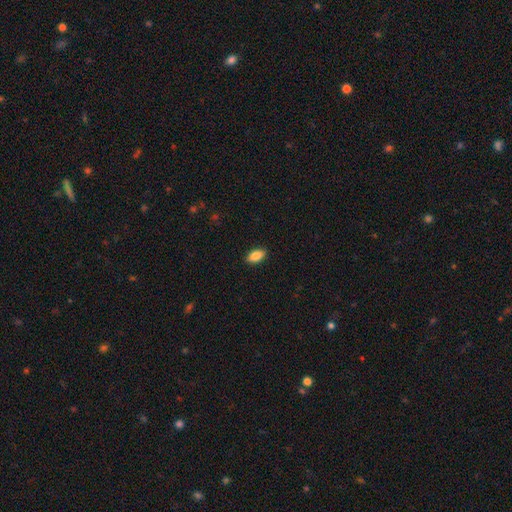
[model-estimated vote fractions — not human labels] Morphology: type=smooth (86%); roundness=in between (91%); merging=none (89%).